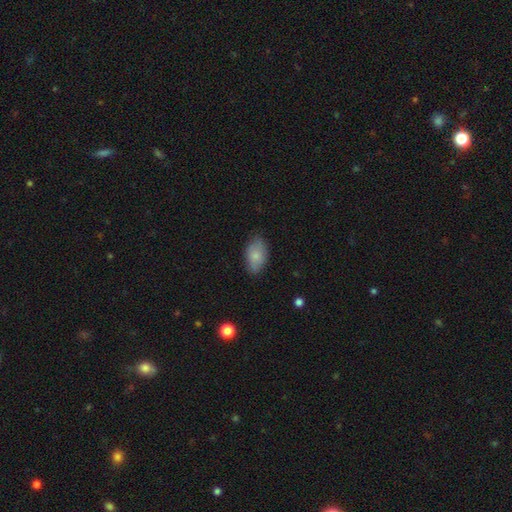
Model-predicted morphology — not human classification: type=smooth (80%); roundness=in between (92%); merging=none (78%).